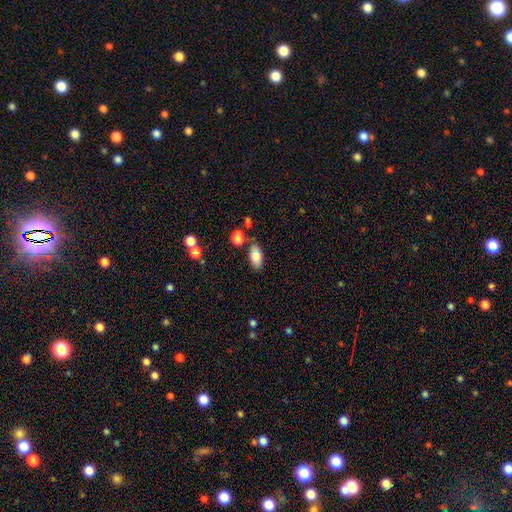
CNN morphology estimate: smooth-or-featured: smooth: 78% | featured or disk: 14% | star or artifact: 8%
  how-rounded: in between: 91% | round: 5% | cigar-shaped: 4%
  merging: none: 67% | minor disturbance: 16% | merger: 12% | major disturbance: 5%